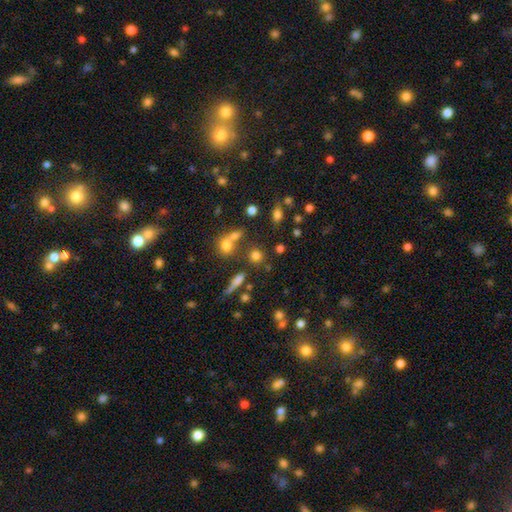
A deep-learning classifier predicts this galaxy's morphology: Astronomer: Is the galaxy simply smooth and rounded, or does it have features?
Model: smooth — 73%.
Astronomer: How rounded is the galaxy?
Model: round — 79%.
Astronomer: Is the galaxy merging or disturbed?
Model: none — 68%.